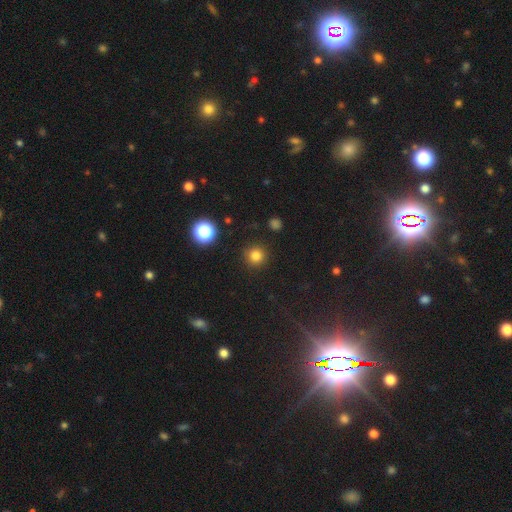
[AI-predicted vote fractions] smooth_or_featured: smooth (p=0.79) [alt: star or artifact p=0.16]
how_rounded: round (p=0.95) [alt: in between p=0.04]
merging: none (p=0.90) [alt: minor disturbance p=0.06]